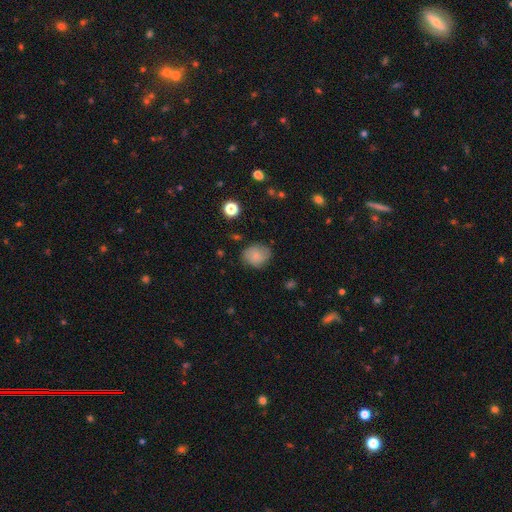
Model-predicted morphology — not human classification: type=smooth (75%); roundness=round (59%); merging=none (72%).